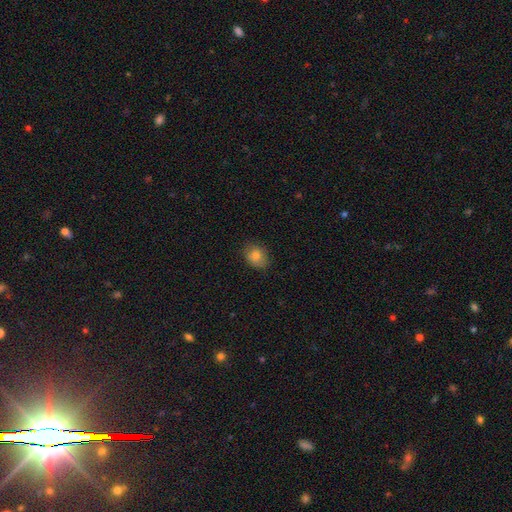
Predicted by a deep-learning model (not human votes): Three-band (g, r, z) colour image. It shows a smooth galaxy with no disk features (80%) that is in between round and cigar-shaped (52%). Merging: none (81%).